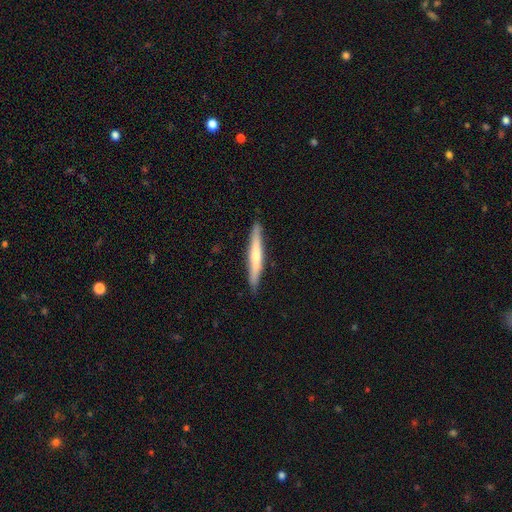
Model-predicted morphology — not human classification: Q: Smooth or featured?
A: smooth (53%); runner-up: featured or disk (42%)
Q: How rounded?
A: cigar-shaped (95%); runner-up: in between (3%)
Q: Merging?
A: none (89%); runner-up: minor disturbance (8%)